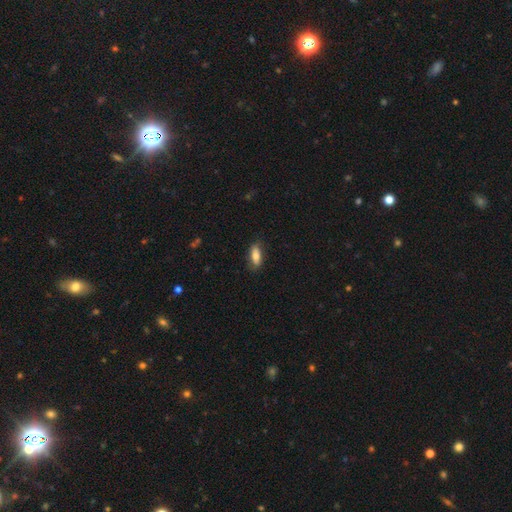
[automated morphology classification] Smooth or featured? smooth (74%)
How rounded? in between (77%)
Merging? none (78%)